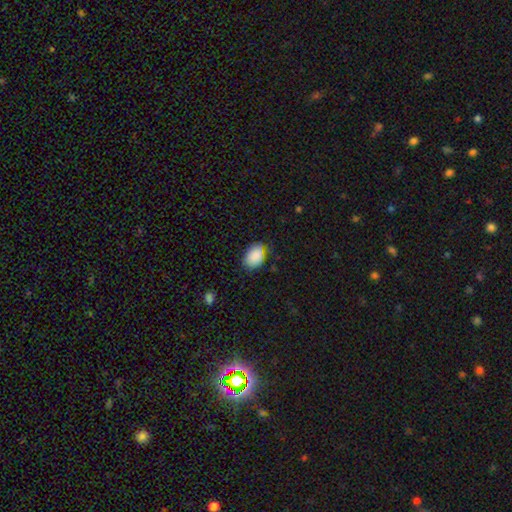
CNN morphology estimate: This is clearly a smooth galaxy (88%). How rounded: likely in between (79%). Merging: likely none (69%).